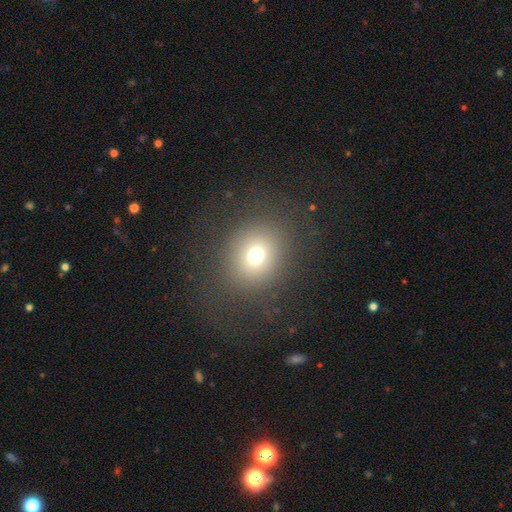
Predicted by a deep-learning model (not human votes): Smooth or featured: smooth — 71% (star or artifact — 18%)
How rounded: round — 79% (in between — 21%)
Merging: none — 83% (minor disturbance — 8%)